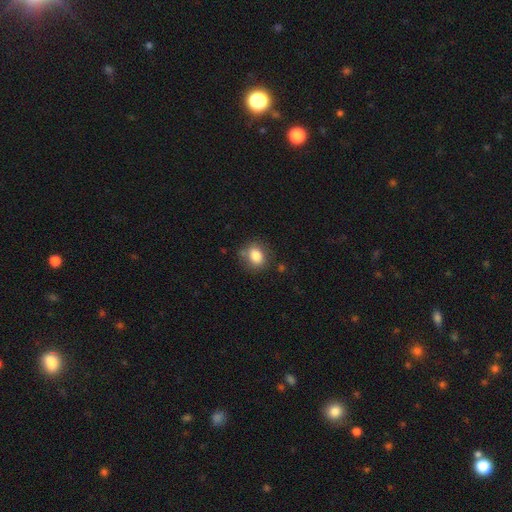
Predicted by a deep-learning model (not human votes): Smooth or featured: smooth — 82% (star or artifact — 10%)
How rounded: round — 54% (in between — 45%)
Merging: none — 75% (minor disturbance — 16%)